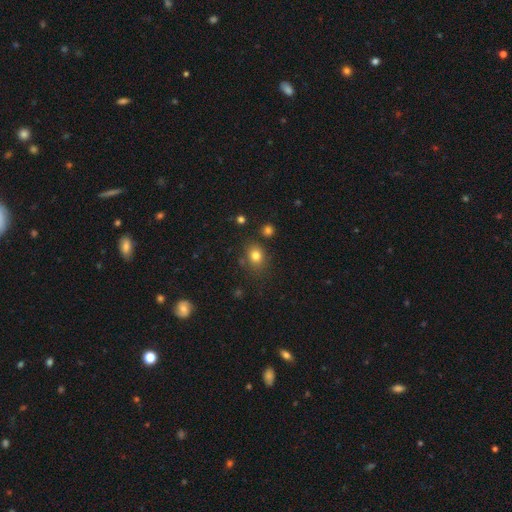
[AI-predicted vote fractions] smooth_or_featured: smooth (p=0.79) [alt: star or artifact p=0.13]
how_rounded: round (p=0.56) [alt: in between p=0.43]
merging: none (p=0.77) [alt: minor disturbance p=0.14]